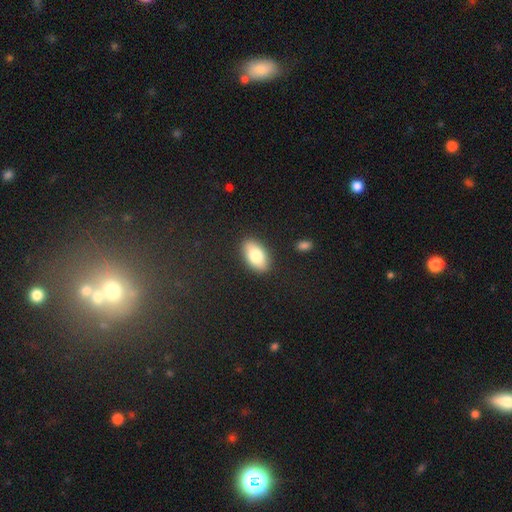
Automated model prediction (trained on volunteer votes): smooth 79%, featured or disk 14%, star or artifact 7%. Down the decision tree: how rounded — in between (92%); merging — none (88%).